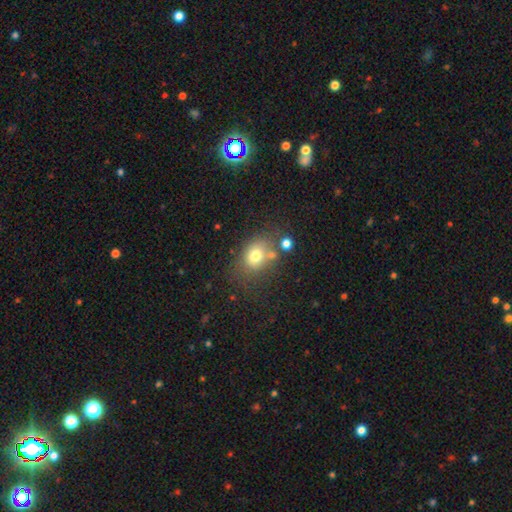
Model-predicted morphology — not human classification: Smooth or featured? smooth (72%)
How rounded? in between (50%)
Merging? none (59%)